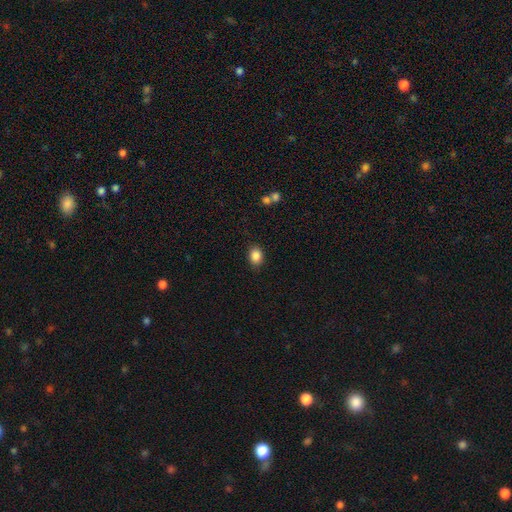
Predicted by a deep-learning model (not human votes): Smooth or featured? Predicted: smooth (p=0.87). How rounded? Predicted: in between (p=0.64). Merging? Predicted: none (p=0.86).